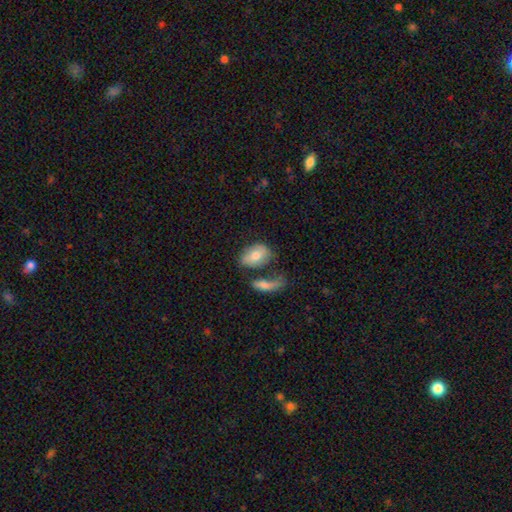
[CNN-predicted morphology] A smooth galaxy with no disk features (70%) that is in between round and cigar-shaped (82%).

Vote fractions:
- Smooth or featured? smooth: 70% / featured or disk: 23% / star or artifact: 7%
- How rounded? in between: 82% / round: 15% / cigar-shaped: 3%
- Merging? none: 45% / merger: 25% / minor disturbance: 19% / major disturbance: 11%